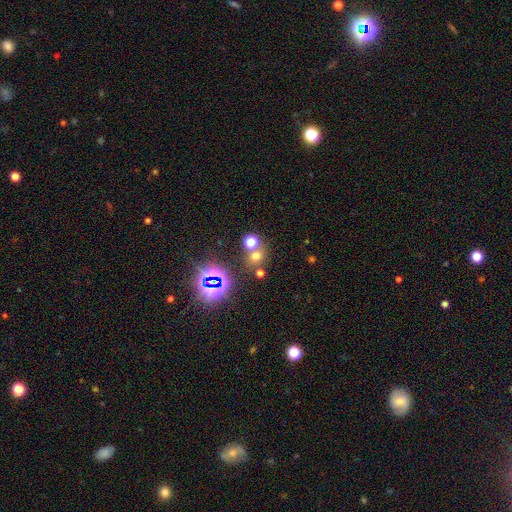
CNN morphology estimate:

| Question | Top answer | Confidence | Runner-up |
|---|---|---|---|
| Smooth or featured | smooth | 53% | star or artifact (37%) |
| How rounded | round | 77% | in between (22%) |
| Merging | none | 64% | merger (25%) |